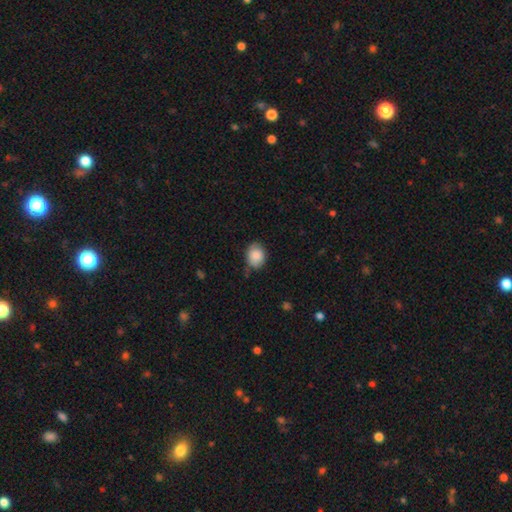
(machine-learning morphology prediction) Overall: smooth (86%). How rounded: in between (55%; round 44%). Merging: none (69%).